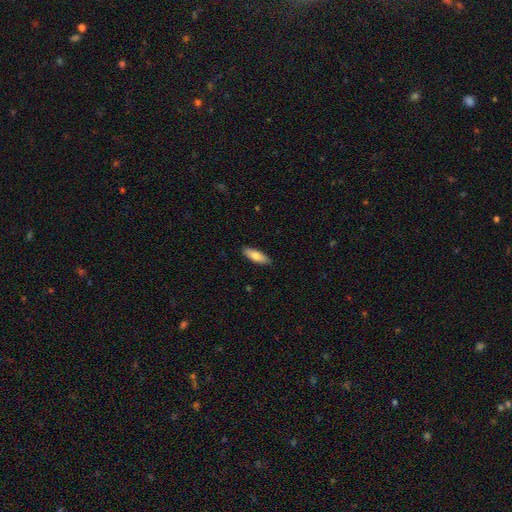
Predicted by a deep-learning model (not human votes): smooth-or-featured: smooth: 79% | featured or disk: 16% | star or artifact: 6%
  how-rounded: in between: 60% | cigar-shaped: 38% | round: 2%
  merging: none: 88% | minor disturbance: 9% | major disturbance: 2% | merger: 1%